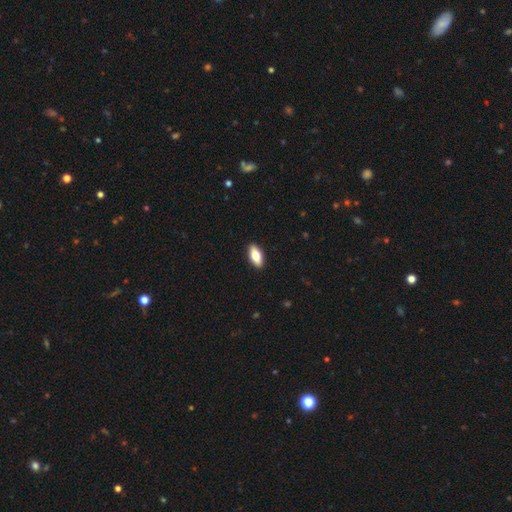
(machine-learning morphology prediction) type=smooth (72%); roundness=in between (79%); merging=none (90%).